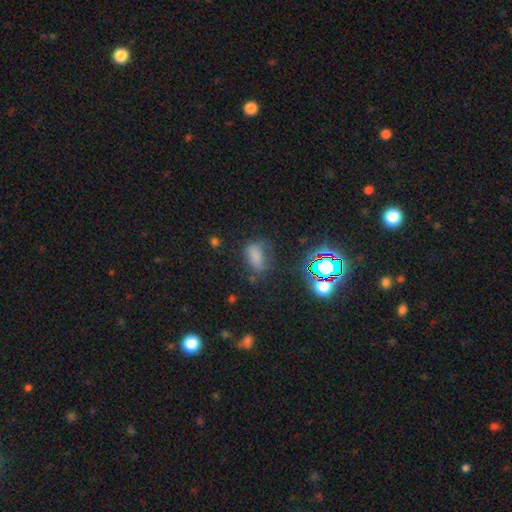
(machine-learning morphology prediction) A smooth galaxy with no disk features (69%) that is in between round and cigar-shaped (83%).

Vote fractions:
- Smooth or featured? smooth: 69% / star or artifact: 21% / featured or disk: 10%
- How rounded? in between: 83% / round: 9% / cigar-shaped: 8%
- Merging? none: 58% / minor disturbance: 24% / major disturbance: 14% / merger: 4%